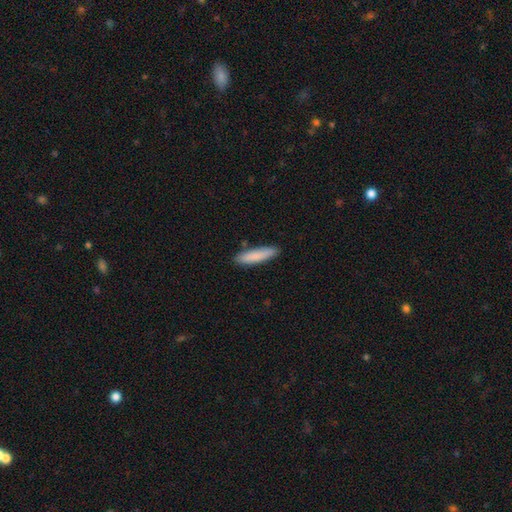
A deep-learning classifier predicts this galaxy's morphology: smooth-or-featured: smooth: 85% | featured or disk: 9% | star or artifact: 6%
  how-rounded: cigar-shaped: 79% | in between: 20% | round: 1%
  merging: none: 86% | minor disturbance: 10% | merger: 2% | major disturbance: 2%